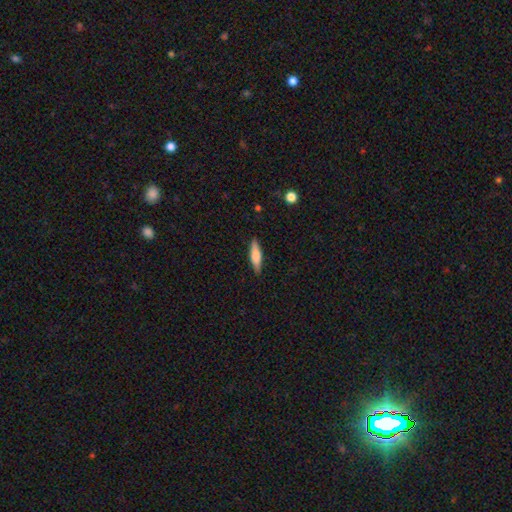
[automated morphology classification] Smooth or featured?
  - smooth: 66% *
  - featured or disk: 28%
  - star or artifact: 6%
How rounded?
  - cigar-shaped: 67% *
  - in between: 31%
  - round: 2%
Merging?
  - none: 87% *
  - minor disturbance: 10%
  - major disturbance: 2%
  - merger: 1%